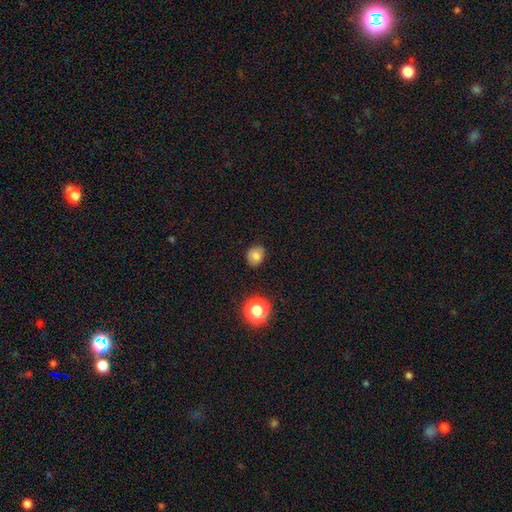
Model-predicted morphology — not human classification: A smooth galaxy with no disk features (80%) that is round (65%).

Vote fractions:
- Smooth or featured? smooth: 80% / star or artifact: 13% / featured or disk: 8%
- How rounded? round: 65% / in between: 34% / cigar-shaped: 1%
- Merging? none: 83% / minor disturbance: 13% / major disturbance: 3% / merger: 2%